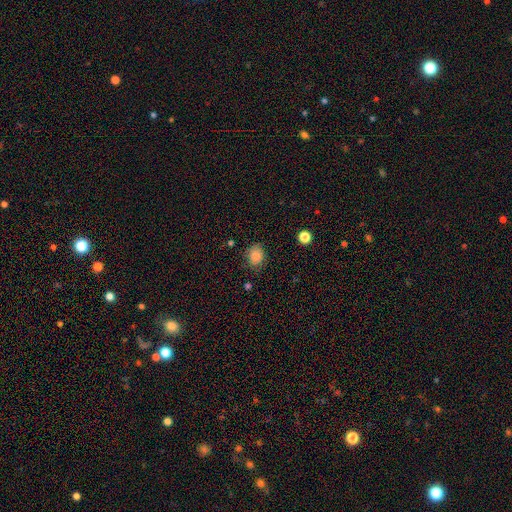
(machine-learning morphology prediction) Overall: smooth (84%). How rounded: round (52%; in between 47%). Merging: none (73%).